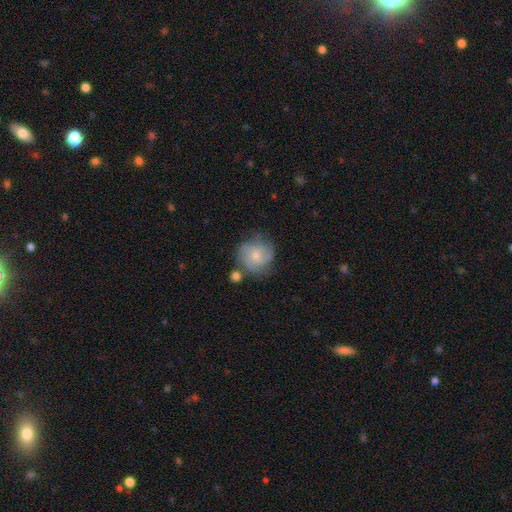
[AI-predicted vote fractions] smooth_or_featured: featured or disk (p=0.56) [alt: smooth p=0.36]
disk_edge_on: no (p=0.98) [alt: yes p=0.02]
bar: no (p=0.71) [alt: weak p=0.26]
has_spiral_arms: yes (p=0.84) [alt: no p=0.16]
bulge_size: small (p=0.53) [alt: moderate p=0.40]
merging: none (p=0.61) [alt: minor disturbance p=0.23]